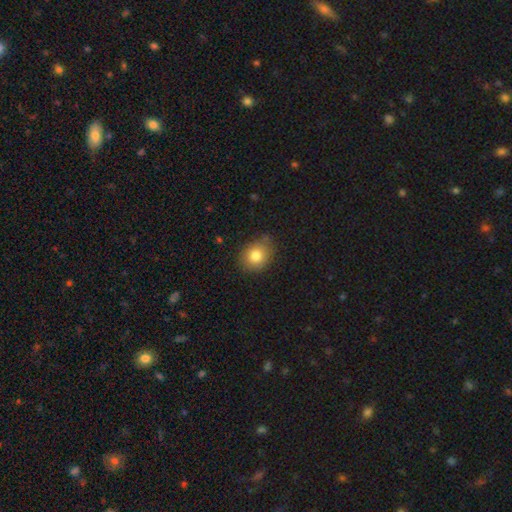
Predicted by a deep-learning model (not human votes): The model was most divided on "how rounded": round: 57%, in between: 42%, cigar-shaped: 1%. More confident: smooth or featured — smooth (82%); merging — none (75%).